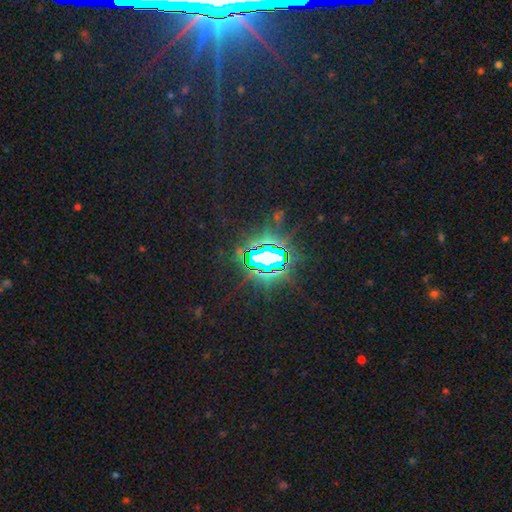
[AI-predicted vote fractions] Smooth or featured: star or artifact — 84% (smooth — 9%)